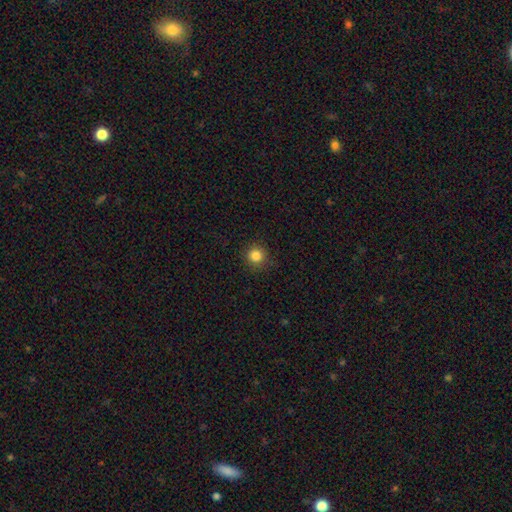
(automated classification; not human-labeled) A smooth galaxy with no disk features (84%) that is round (94%).

Vote fractions:
- Smooth or featured? smooth: 84% / star or artifact: 12% / featured or disk: 4%
- How rounded? round: 94% / in between: 5% / cigar-shaped: 1%
- Merging? none: 90% / minor disturbance: 7% / major disturbance: 2% / merger: 1%